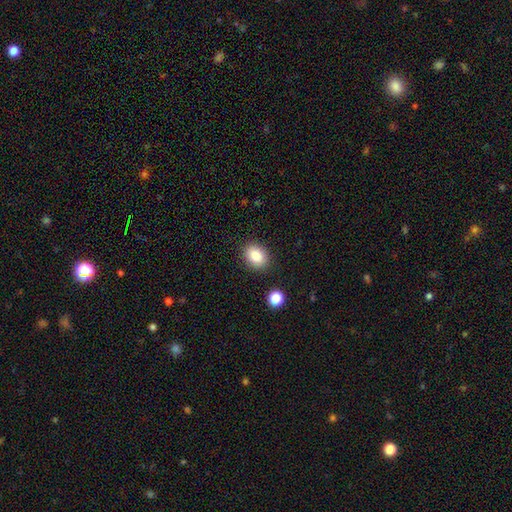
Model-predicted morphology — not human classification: smooth-or-featured: smooth: 85% | star or artifact: 9% | featured or disk: 6%
  how-rounded: in between: 70% | round: 29% | cigar-shaped: 1%
  merging: none: 87% | minor disturbance: 9% | major disturbance: 3% | merger: 2%